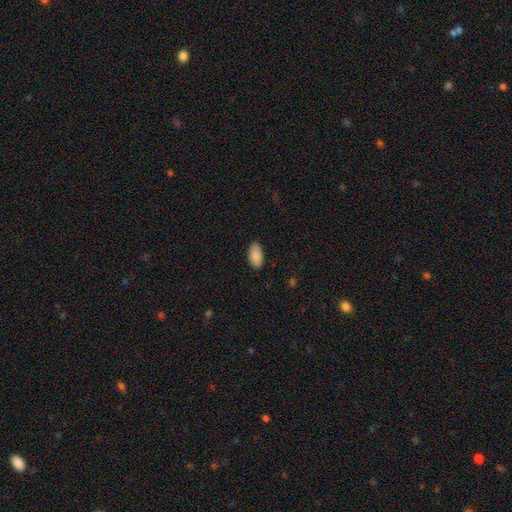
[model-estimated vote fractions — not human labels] Smooth or featured? smooth (90%)
How rounded? in between (94%)
Merging? none (88%)